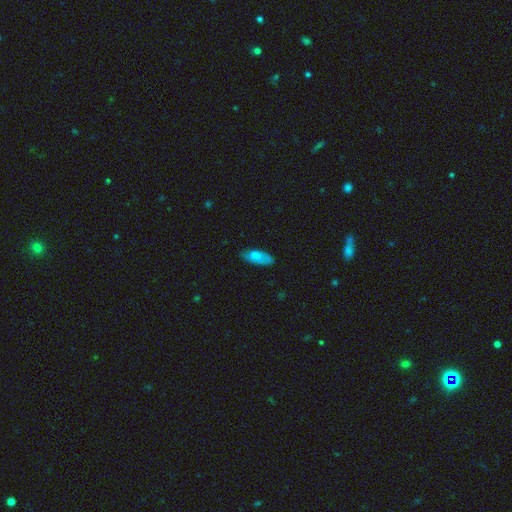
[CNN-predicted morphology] Q: Smooth or featured?
A: smooth (71%); runner-up: featured or disk (22%)
Q: How rounded?
A: in between (80%); runner-up: cigar-shaped (17%)
Q: Merging?
A: none (67%); runner-up: minor disturbance (25%)